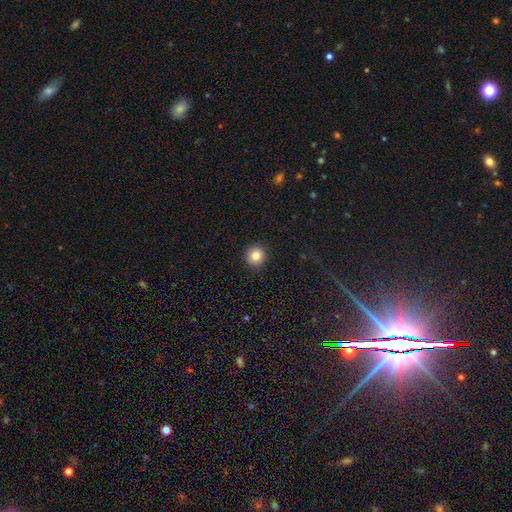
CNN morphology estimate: smooth 85%, star or artifact 10%, featured or disk 5%. Down the decision tree: how rounded — round (95%); merging — none (93%).